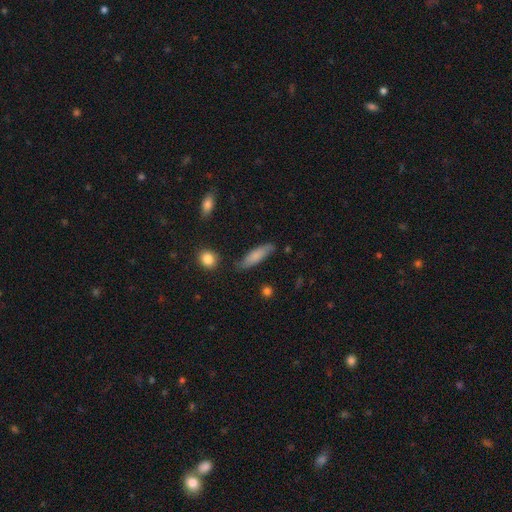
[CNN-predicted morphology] smooth 75%, featured or disk 19%, star or artifact 6%. Down the decision tree: how rounded — cigar-shaped (59%); merging — none (76%).